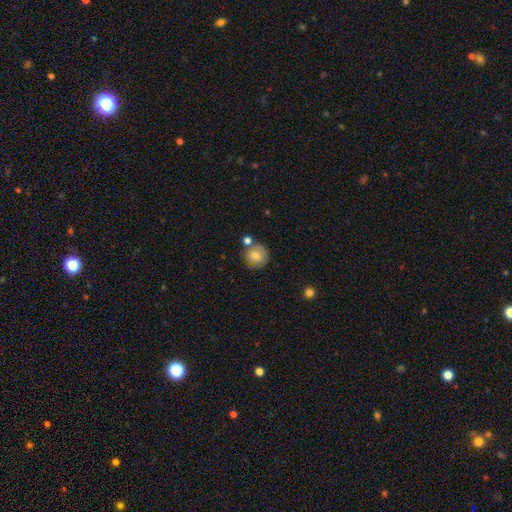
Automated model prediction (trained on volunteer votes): smooth_or_featured: smooth (p=0.68) [alt: featured or disk p=0.23]
how_rounded: round (p=0.88) [alt: in between p=0.11]
merging: none (p=0.61) [alt: merger p=0.17]